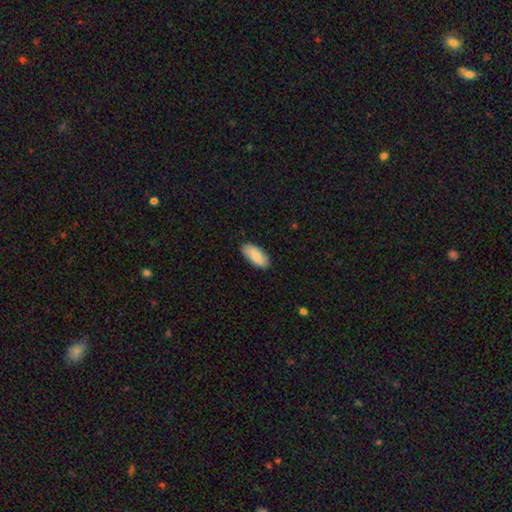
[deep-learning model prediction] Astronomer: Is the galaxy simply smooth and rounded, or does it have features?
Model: smooth — 85%.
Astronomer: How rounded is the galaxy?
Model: in between — 88%.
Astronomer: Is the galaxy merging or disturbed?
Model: none — 87%.